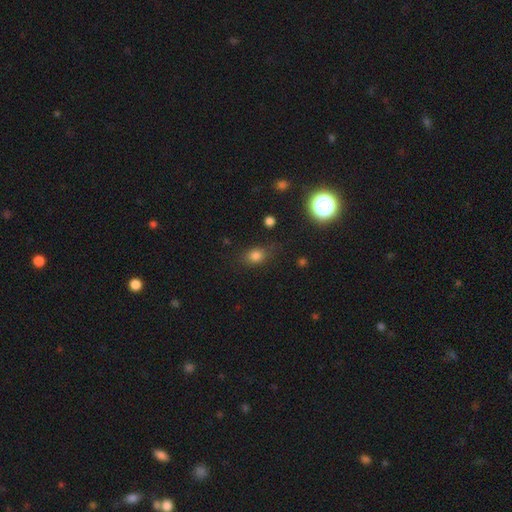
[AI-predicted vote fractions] A smooth galaxy with no disk features (78%) that is in between round and cigar-shaped (57%). Merging: none (73%).